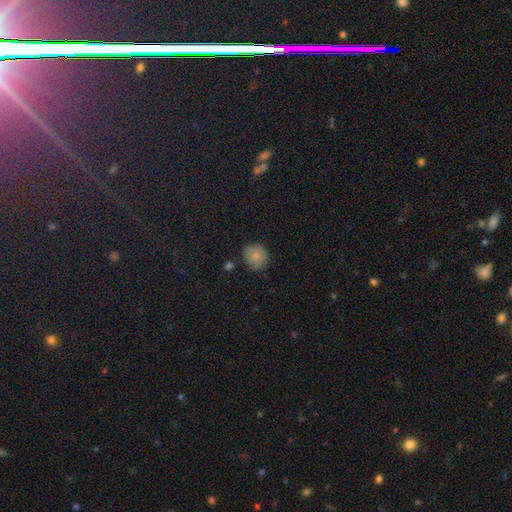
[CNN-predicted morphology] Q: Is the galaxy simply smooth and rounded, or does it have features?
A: smooth — 78%.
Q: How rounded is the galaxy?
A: round — 85%.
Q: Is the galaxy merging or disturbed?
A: none — 70%.